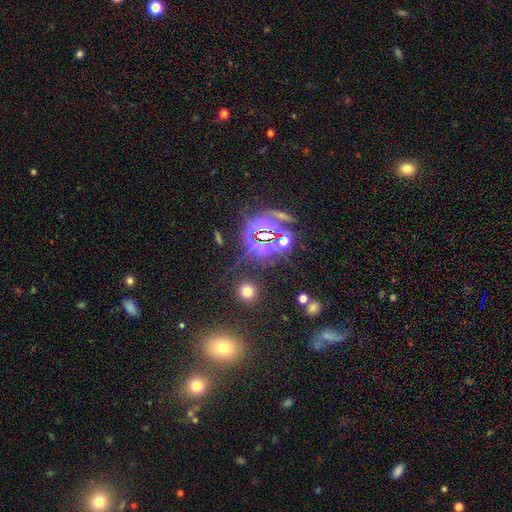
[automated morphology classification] star or artifact 67%, smooth 25%, featured or disk 9%.